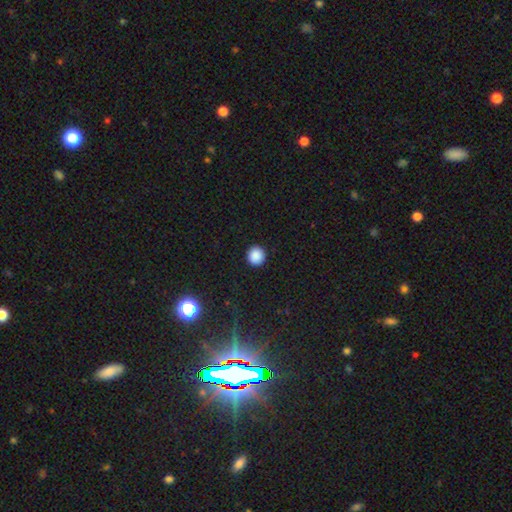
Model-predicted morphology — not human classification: A smooth galaxy with no disk features (88%) that is round (93%). Merging: none (93%).